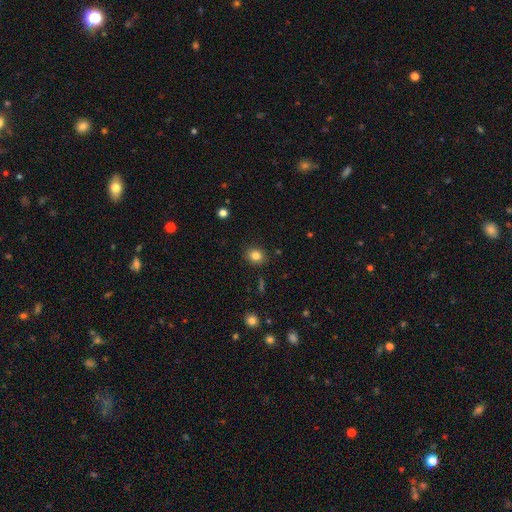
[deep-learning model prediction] This appears to be a smooth galaxy with no disk features (82%) that is round (68%). Merging: none (88%).